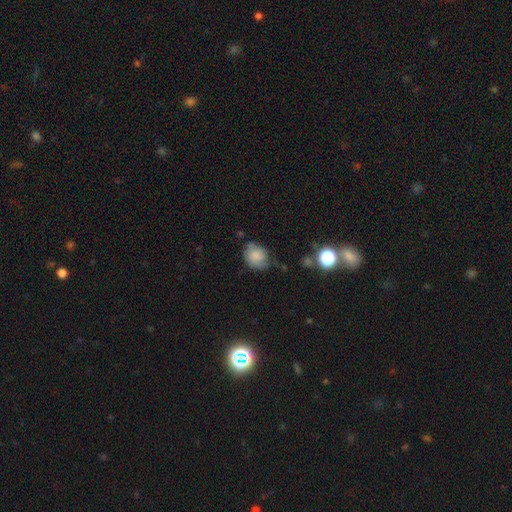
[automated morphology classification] Overall: smooth (76%). How rounded: round (59%; in between 40%). Merging: none (55%; minor disturbance 32%).